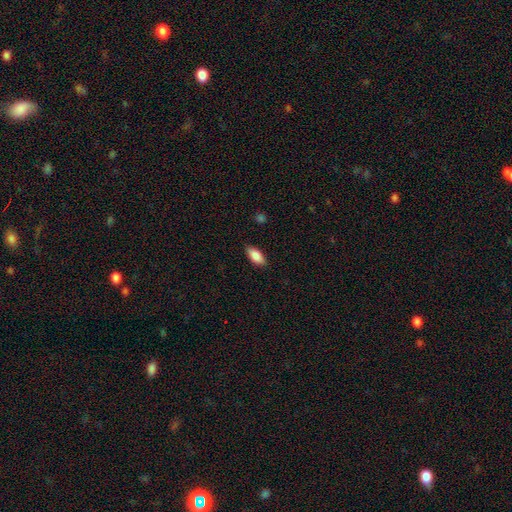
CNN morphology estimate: Smooth or featured?
  - smooth: 87% *
  - featured or disk: 6%
  - star or artifact: 6%
How rounded?
  - in between: 88% *
  - cigar-shaped: 10%
  - round: 2%
Merging?
  - none: 86% *
  - minor disturbance: 11%
  - major disturbance: 2%
  - merger: 1%